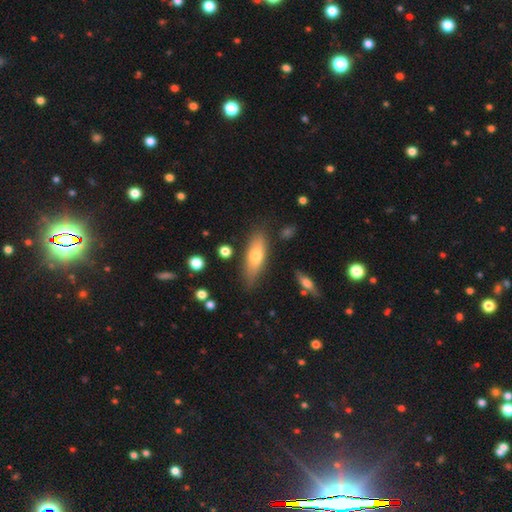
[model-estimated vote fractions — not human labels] Q: Smooth or featured?
A: smooth (65%); runner-up: featured or disk (28%)
Q: How rounded?
A: in between (57%); runner-up: cigar-shaped (40%)
Q: Merging?
A: none (77%); runner-up: minor disturbance (16%)